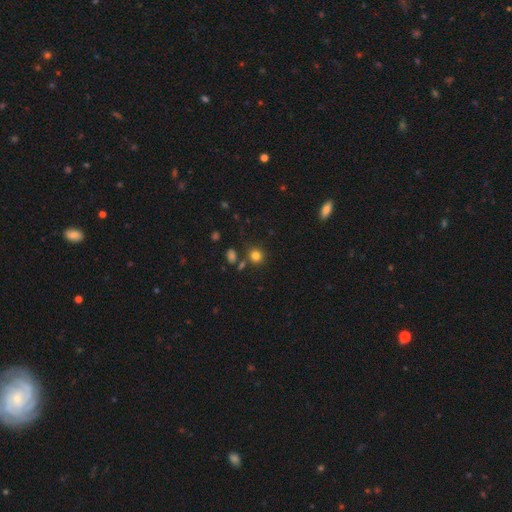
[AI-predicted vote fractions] This is clearly a smooth galaxy (81%). How rounded: clearly round (85%). Merging: likely none (77%).